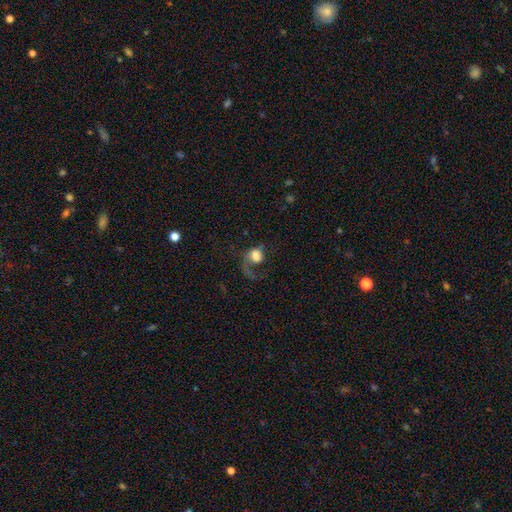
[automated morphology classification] Smooth or featured? smooth (51%)
How rounded? round (50%)
Merging? major disturbance (56%)